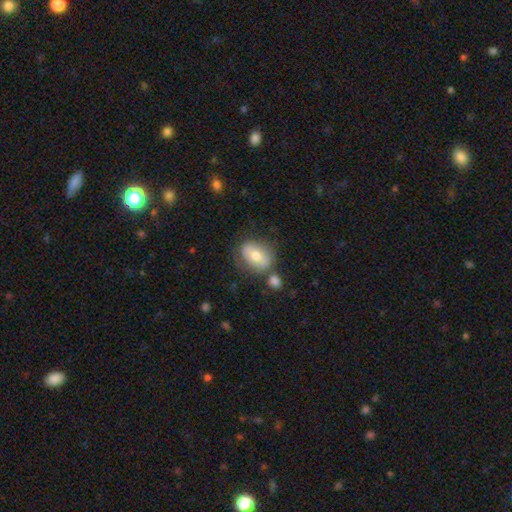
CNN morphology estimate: A smooth galaxy with no disk features (63%) that is in between round and cigar-shaped (72%).

Vote fractions:
- Smooth or featured? smooth: 63% / featured or disk: 29% / star or artifact: 8%
- How rounded? in between: 72% / round: 26% / cigar-shaped: 2%
- Merging? none: 63% / minor disturbance: 18% / merger: 13% / major disturbance: 6%